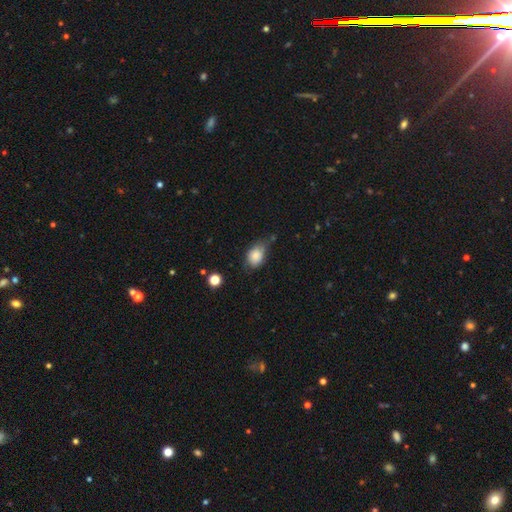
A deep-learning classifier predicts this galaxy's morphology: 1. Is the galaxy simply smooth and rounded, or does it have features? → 80% smooth, 12% featured or disk, 9% star or artifact.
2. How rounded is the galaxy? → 74% in between, 24% round, 2% cigar-shaped.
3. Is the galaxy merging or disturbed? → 45% none, 39% minor disturbance, 11% major disturbance, 4% merger.